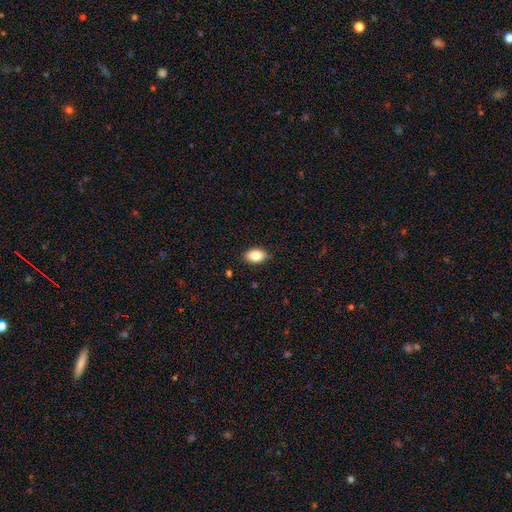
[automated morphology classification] The model was most divided on "merging": none: 86%, minor disturbance: 11%, major disturbance: 2%, merger: 1%. More confident: how rounded — in between (90%); smooth or featured — smooth (85%).